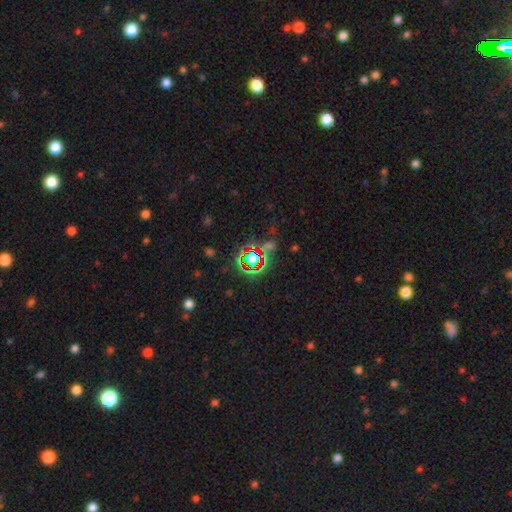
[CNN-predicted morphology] This is likely a star or artifact rather than a galaxy (71%).